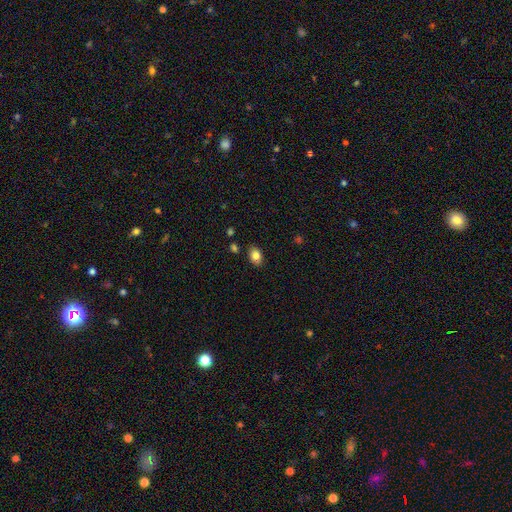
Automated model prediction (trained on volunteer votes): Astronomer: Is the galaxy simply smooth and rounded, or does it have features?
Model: smooth — 82%.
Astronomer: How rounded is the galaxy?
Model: in between — 78%.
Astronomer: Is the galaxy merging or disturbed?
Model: none — 86%.